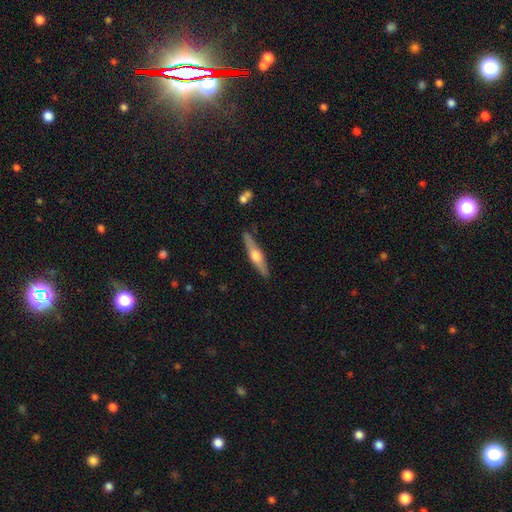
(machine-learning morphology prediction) smooth_or_featured: featured or disk (p=0.61) [alt: smooth p=0.34]
disk_edge_on: yes (p=0.95) [alt: no p=0.05]
edge_on_bulge: rounded (p=0.93) [alt: boxy p=0.04]
merging: none (p=0.88) [alt: minor disturbance p=0.09]